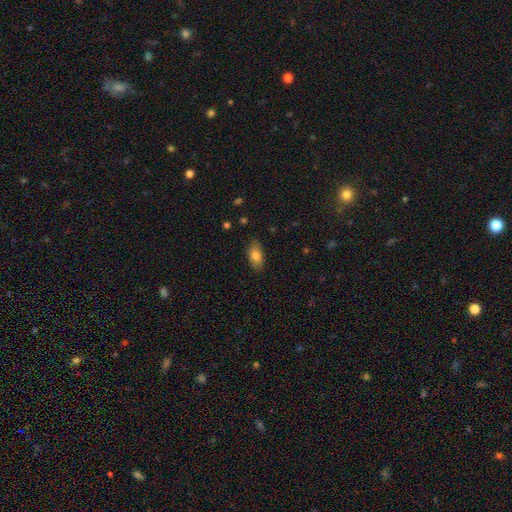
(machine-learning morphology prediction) This is likely a smooth galaxy (80%). How rounded: clearly in between (89%). Merging: clearly none (85%).